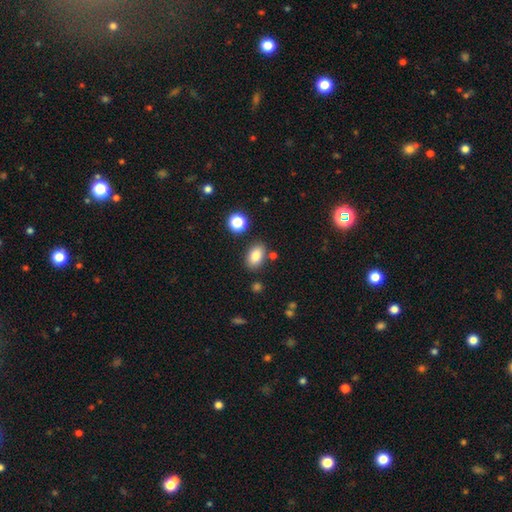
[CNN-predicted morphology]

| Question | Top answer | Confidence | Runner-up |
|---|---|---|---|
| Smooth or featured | smooth | 84% | star or artifact (10%) |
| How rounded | in between | 87% | round (11%) |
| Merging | none | 81% | minor disturbance (11%) |